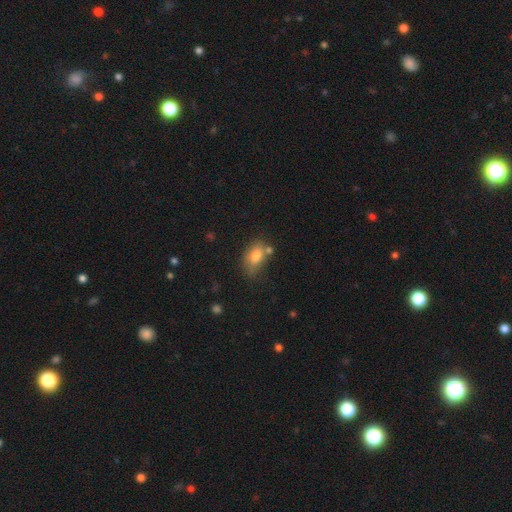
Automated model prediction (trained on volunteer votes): smooth_or_featured: smooth (p=0.77) [alt: featured or disk p=0.14]
how_rounded: in between (p=0.85) [alt: round p=0.11]
merging: none (p=0.53) [alt: minor disturbance p=0.25]